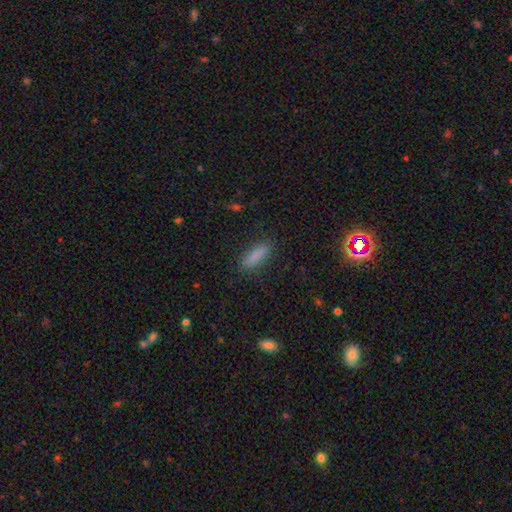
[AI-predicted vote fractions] Smooth or featured?
  - smooth: 84% *
  - star or artifact: 9%
  - featured or disk: 7%
How rounded?
  - cigar-shaped: 57% *
  - in between: 41%
  - round: 2%
Merging?
  - none: 87% *
  - minor disturbance: 9%
  - major disturbance: 2%
  - merger: 1%